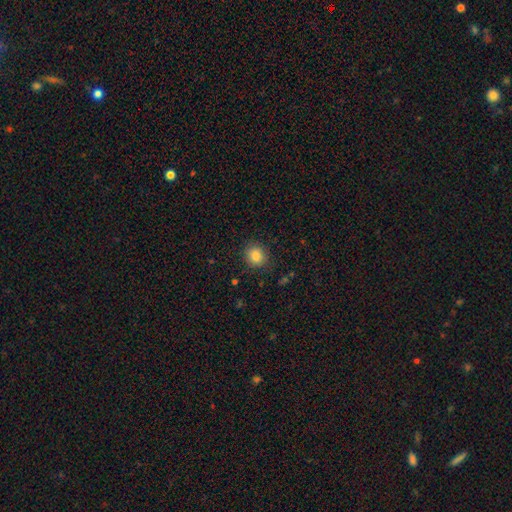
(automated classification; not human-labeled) The model was most divided on "how rounded": round: 82%, in between: 18%, cigar-shaped: 1%. More confident: merging — none (88%); smooth or featured — smooth (84%).